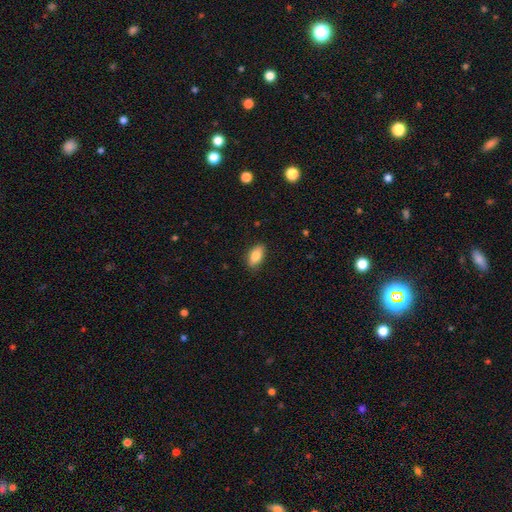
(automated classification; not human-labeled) smooth_or_featured: smooth (p=0.81) [alt: featured or disk p=0.12]
how_rounded: in between (p=0.88) [alt: cigar-shaped p=0.08]
merging: none (p=0.86) [alt: minor disturbance p=0.11]